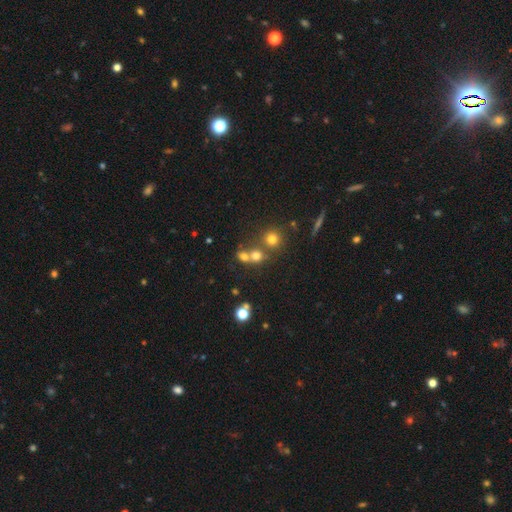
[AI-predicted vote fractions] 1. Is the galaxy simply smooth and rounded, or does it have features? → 68% smooth, 20% star or artifact, 12% featured or disk.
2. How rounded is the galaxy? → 73% round, 26% in between, 2% cigar-shaped.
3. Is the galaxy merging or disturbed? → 46% none, 42% merger, 8% minor disturbance, 4% major disturbance.